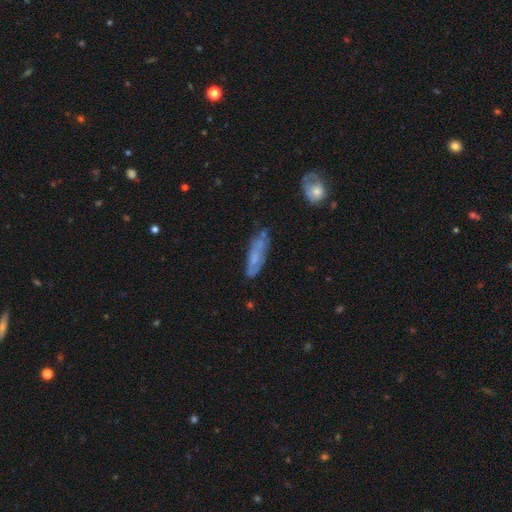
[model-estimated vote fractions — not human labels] Smooth or featured? Predicted: smooth (p=0.47). Merging? Predicted: none (p=0.63).